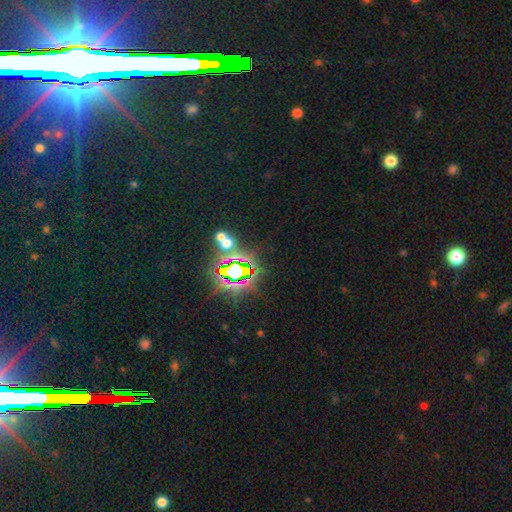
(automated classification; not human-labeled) This appears to be a star or artifact, not a galaxy (81%).